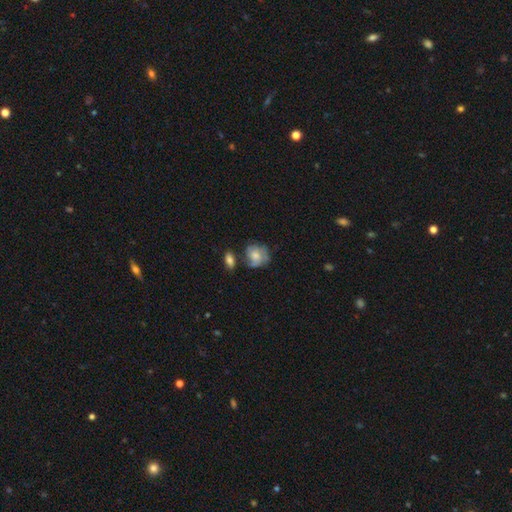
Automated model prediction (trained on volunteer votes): Smooth or featured? smooth (61%)
How rounded? round (69%)
Merging? none (50%)